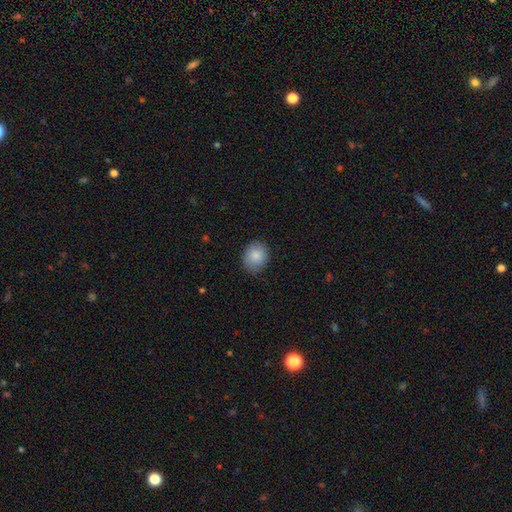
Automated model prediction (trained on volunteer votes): Smooth or featured?
  - smooth: 86% *
  - star or artifact: 8%
  - featured or disk: 6%
How rounded?
  - round: 67% *
  - in between: 32%
  - cigar-shaped: 1%
Merging?
  - none: 81% *
  - minor disturbance: 15%
  - major disturbance: 3%
  - merger: 1%